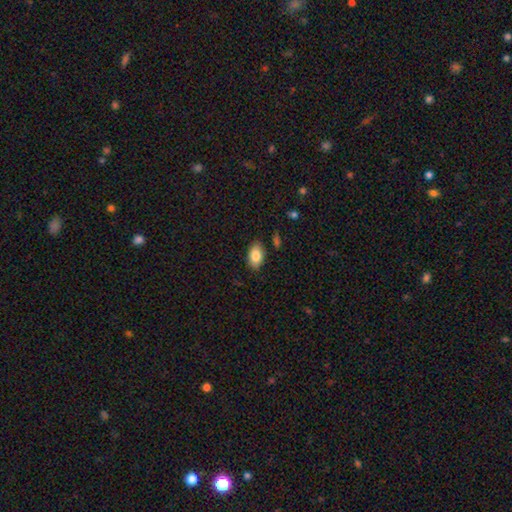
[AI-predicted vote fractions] Smooth or featured? Predicted: smooth (p=0.84). How rounded? Predicted: in between (p=0.92). Merging? Predicted: none (p=0.85).